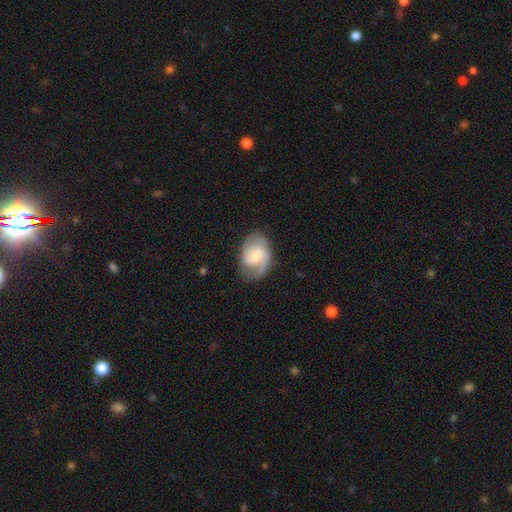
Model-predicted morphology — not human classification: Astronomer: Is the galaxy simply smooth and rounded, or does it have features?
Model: featured or disk — 65%.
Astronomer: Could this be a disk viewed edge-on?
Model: no — 97%.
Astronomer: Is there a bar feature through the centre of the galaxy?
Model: weak — 51% (runner-up: no, 38%).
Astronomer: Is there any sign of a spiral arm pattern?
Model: yes — 91%.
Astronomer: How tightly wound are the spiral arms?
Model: medium — 49% (runner-up: tight, 27%).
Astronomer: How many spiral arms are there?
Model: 2 — 71%.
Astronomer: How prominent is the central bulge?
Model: moderate — 44% (runner-up: small, 39%).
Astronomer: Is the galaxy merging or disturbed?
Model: none — 69%.